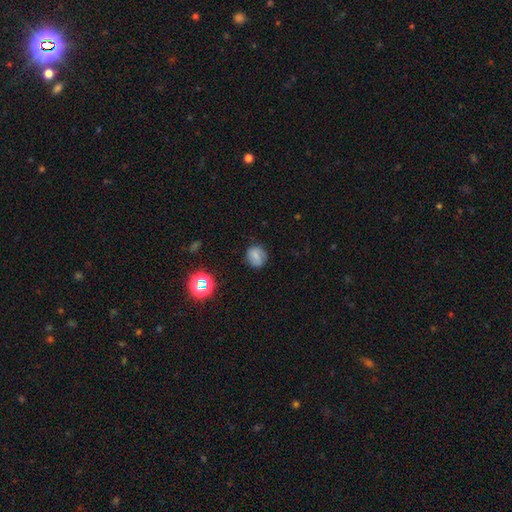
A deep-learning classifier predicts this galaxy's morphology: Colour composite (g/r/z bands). It shows a smooth galaxy with no disk features (68%) that is round (74%). Merging: none (80%).